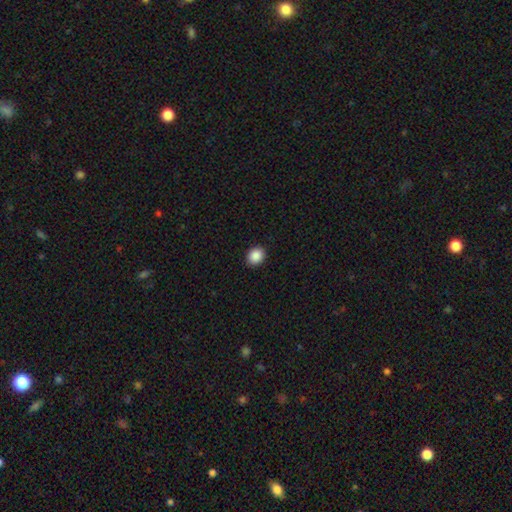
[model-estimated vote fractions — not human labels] The model was most divided on "how rounded": round: 58%, in between: 41%, cigar-shaped: 1%. More confident: merging — none (91%); smooth or featured — smooth (89%).